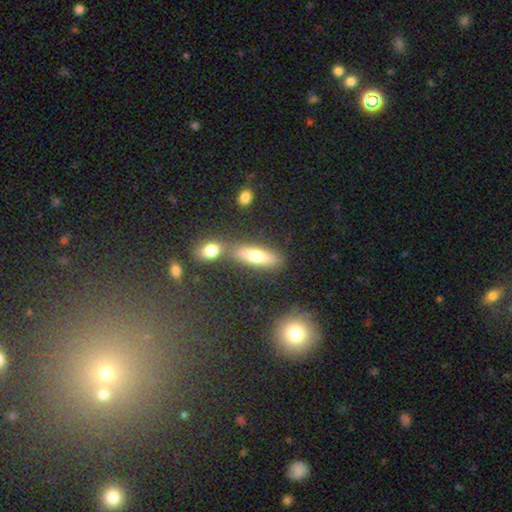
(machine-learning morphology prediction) Smooth or featured? Predicted: smooth (p=0.67). How rounded? Predicted: in between (p=0.52). Merging? Predicted: none (p=0.65).